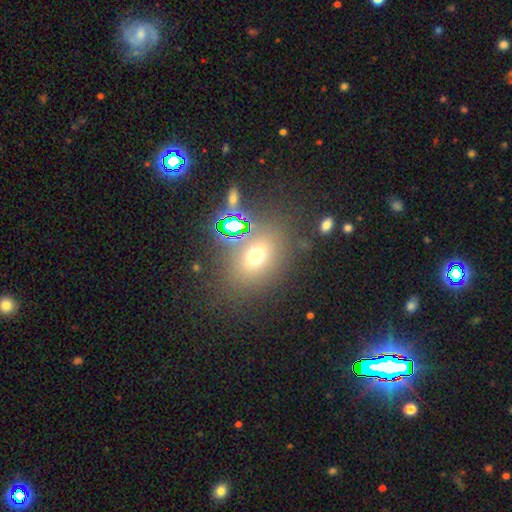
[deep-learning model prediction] A smooth galaxy with no disk features (62%) that is in between round and cigar-shaped (52%).

Vote fractions:
- Smooth or featured? smooth: 62% / star or artifact: 25% / featured or disk: 12%
- How rounded? in between: 52% / round: 46% / cigar-shaped: 2%
- Merging? none: 75% / minor disturbance: 11% / major disturbance: 7% / merger: 6%